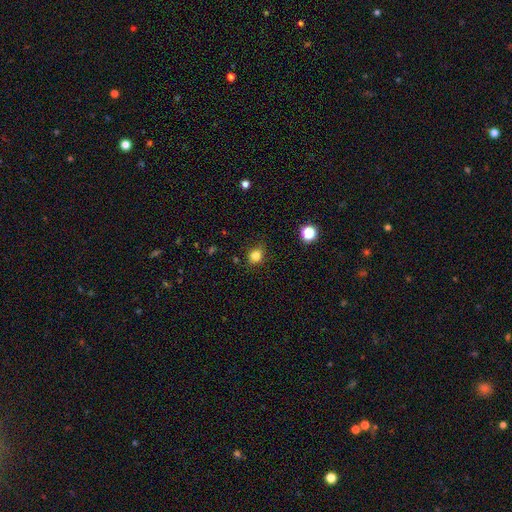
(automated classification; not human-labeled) Smooth or featured? smooth (83%)
How rounded? round (74%)
Merging? none (80%)